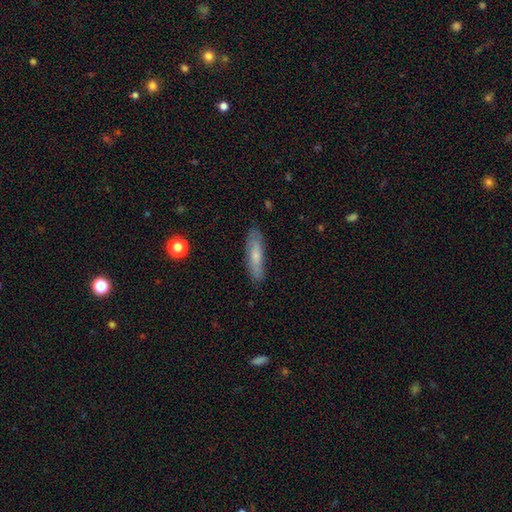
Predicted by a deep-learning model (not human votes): Smooth or featured?
  - smooth: 65% *
  - featured or disk: 28%
  - star or artifact: 7%
How rounded?
  - cigar-shaped: 70% *
  - in between: 28%
  - round: 2%
Merging?
  - none: 83% *
  - minor disturbance: 13%
  - major disturbance: 3%
  - merger: 1%